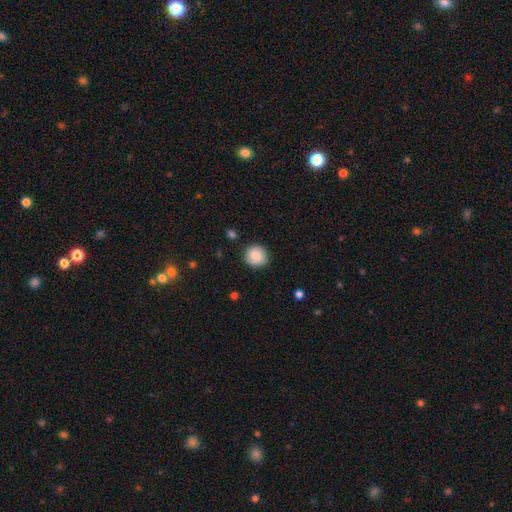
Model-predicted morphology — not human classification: Overall: smooth (82%). How rounded: round (89%). Merging: none (85%).